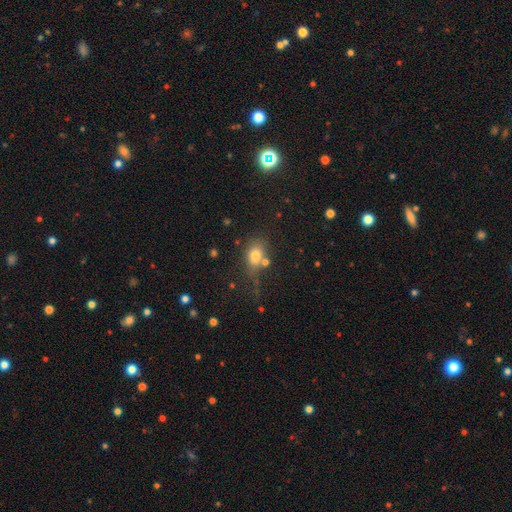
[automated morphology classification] A smooth galaxy with no disk features (76%) that is in between round and cigar-shaped (66%). Merging: none (49%).